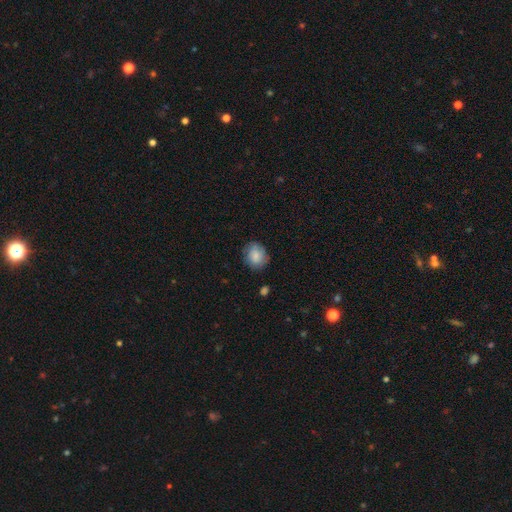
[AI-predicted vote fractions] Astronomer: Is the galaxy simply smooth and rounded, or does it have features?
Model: smooth — 81%.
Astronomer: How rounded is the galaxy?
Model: round — 60% (runner-up: in between, 39%).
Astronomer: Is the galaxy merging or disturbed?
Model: none — 78%.